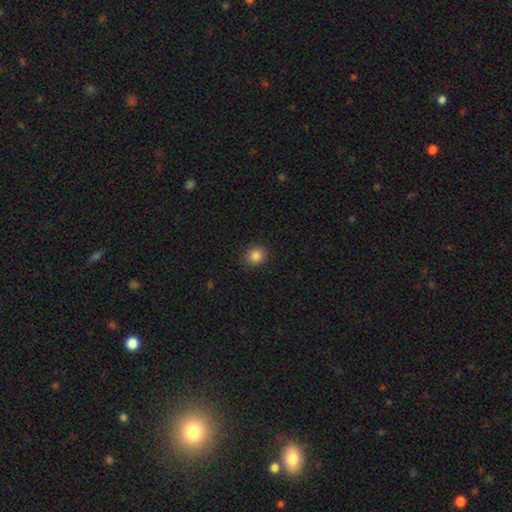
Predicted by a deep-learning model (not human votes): Smooth or featured? Predicted: smooth (p=0.85). How rounded? Predicted: round (p=0.71). Merging? Predicted: none (p=0.89).